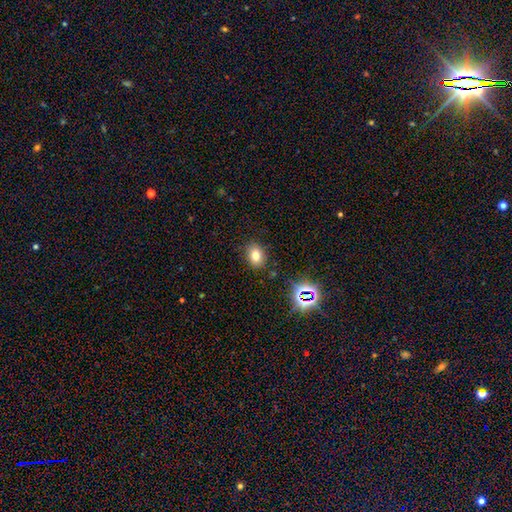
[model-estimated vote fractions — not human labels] Smooth or featured: smooth — 74% (star or artifact — 17%)
How rounded: in between — 65% (round — 34%)
Merging: none — 85% (minor disturbance — 10%)